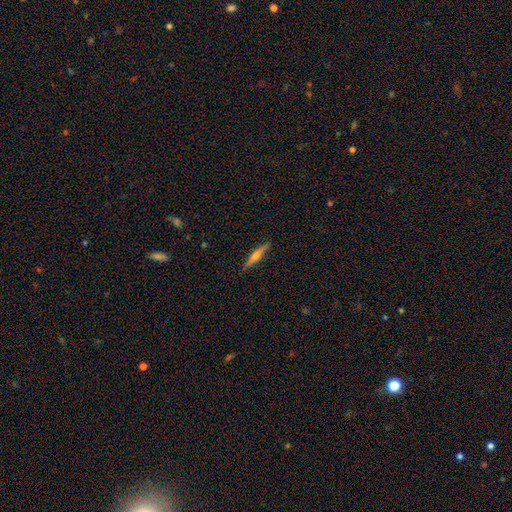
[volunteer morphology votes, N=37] This appears to be a featured or disk galaxy (73%) viewed edge-on (100%) with a rounded central bulge (81%). Merging: none (92%).